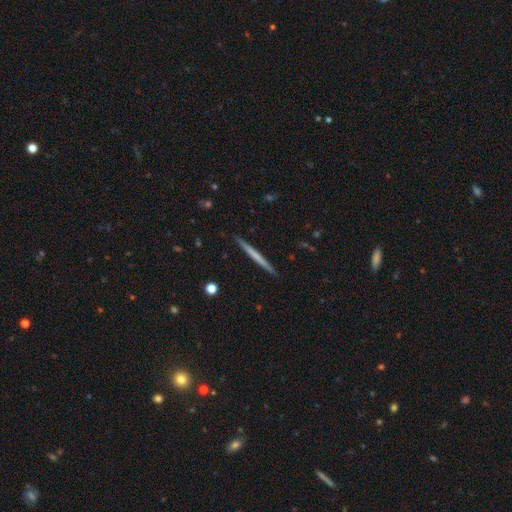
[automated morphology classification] Smooth or featured: smooth — 50% (featured or disk — 45%)
Merging: none — 92% (minor disturbance — 6%)